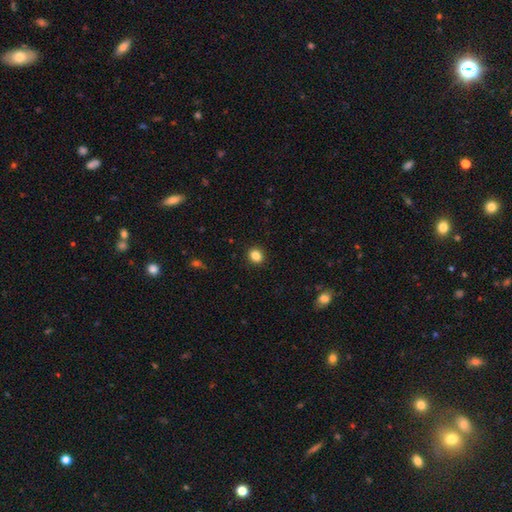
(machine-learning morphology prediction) Smooth or featured? Predicted: smooth (p=0.85). How rounded? Predicted: round (p=0.60). Merging? Predicted: none (p=0.91).